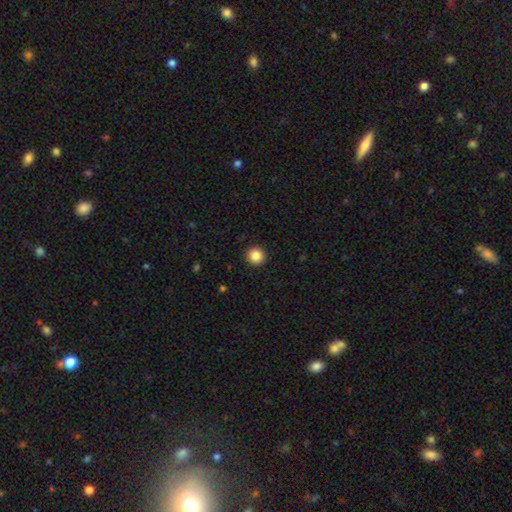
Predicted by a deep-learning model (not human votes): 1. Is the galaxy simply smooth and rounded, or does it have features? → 86% smooth, 10% star or artifact, 4% featured or disk.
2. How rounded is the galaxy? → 95% round, 4% in between, 1% cigar-shaped.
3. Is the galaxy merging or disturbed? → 93% none, 4% minor disturbance, 2% major disturbance, 1% merger.